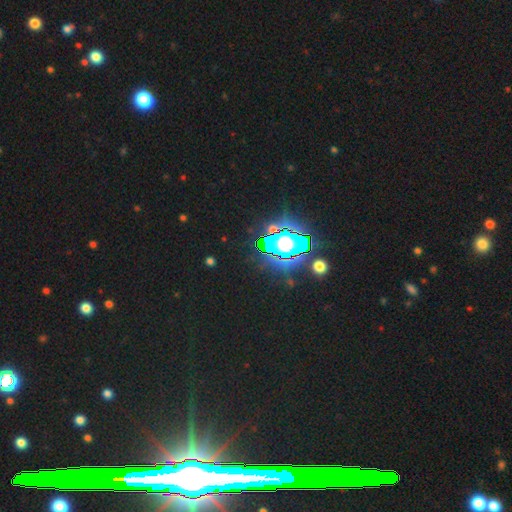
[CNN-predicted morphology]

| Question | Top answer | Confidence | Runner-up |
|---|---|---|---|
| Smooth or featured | star or artifact | 85% | smooth (7%) |